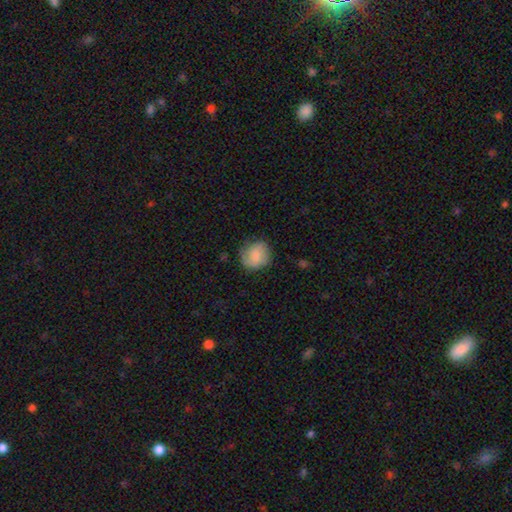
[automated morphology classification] A smooth galaxy with no disk features (74%) that is round (85%).

Vote fractions:
- Smooth or featured? smooth: 74% / featured or disk: 19% / star or artifact: 7%
- How rounded? round: 85% / in between: 14% / cigar-shaped: 1%
- Merging? none: 75% / minor disturbance: 19% / major disturbance: 5% / merger: 1%